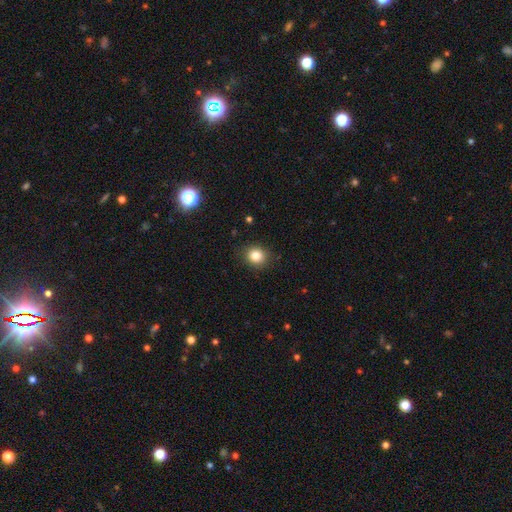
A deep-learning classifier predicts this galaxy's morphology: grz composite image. It shows a smooth galaxy with no disk features (83%) that is round (84%). Merging: none (89%).